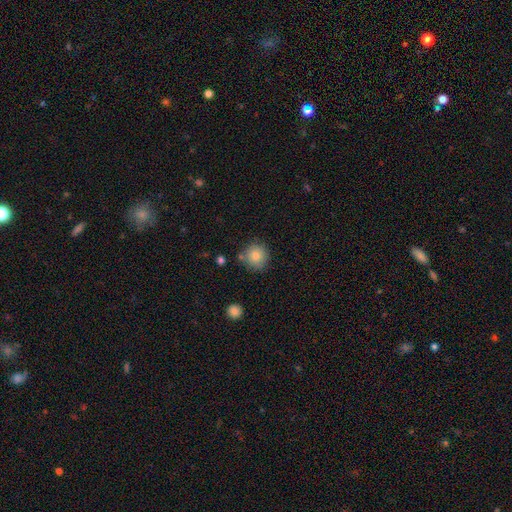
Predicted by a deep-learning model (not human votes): Morphology: type=smooth (81%); roundness=round (93%); merging=none (79%).